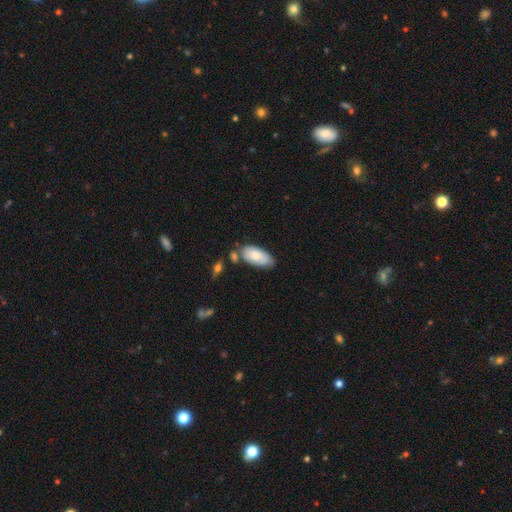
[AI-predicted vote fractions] Smooth or featured? Predicted: smooth (p=0.78). How rounded? Predicted: in between (p=0.91). Merging? Predicted: none (p=0.58).